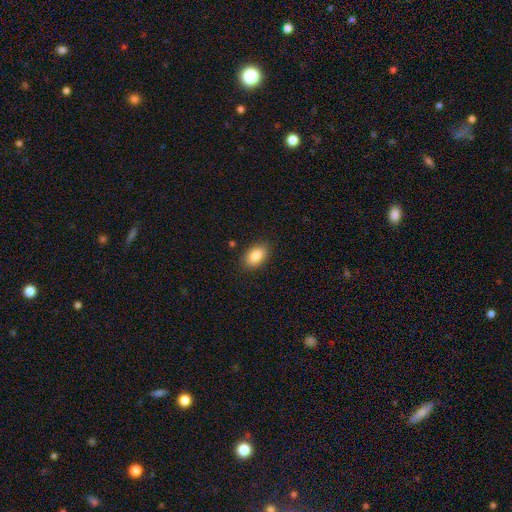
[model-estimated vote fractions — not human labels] smooth_or_featured: smooth (p=0.86) [alt: star or artifact p=0.07]
how_rounded: in between (p=0.90) [alt: round p=0.08]
merging: none (p=0.87) [alt: minor disturbance p=0.09]